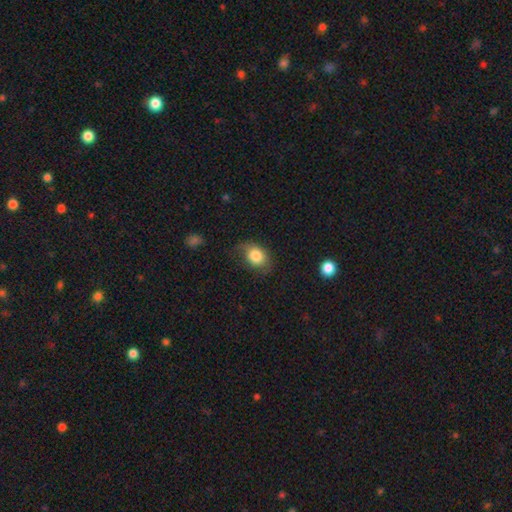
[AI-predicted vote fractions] Smooth or featured: smooth — 82% (featured or disk — 10%)
How rounded: in between — 65% (round — 34%)
Merging: none — 62% (minor disturbance — 27%)